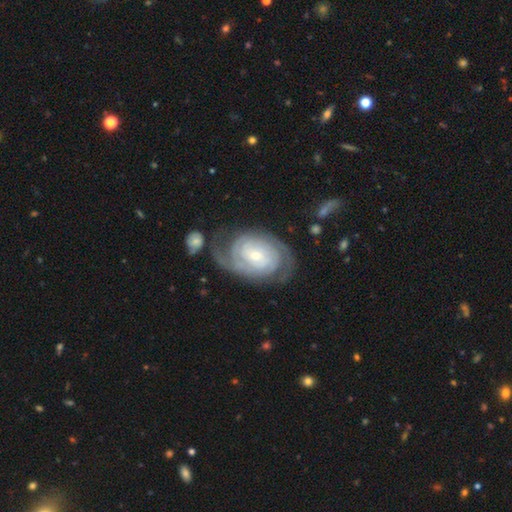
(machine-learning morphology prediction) type=featured or disk (87%); edge-on=no (97%); bar=no (57%); spiral arms=yes (96%); winding=tight (71%); arm count=2 (53%); bulge=small (65%); merging=none (66%).